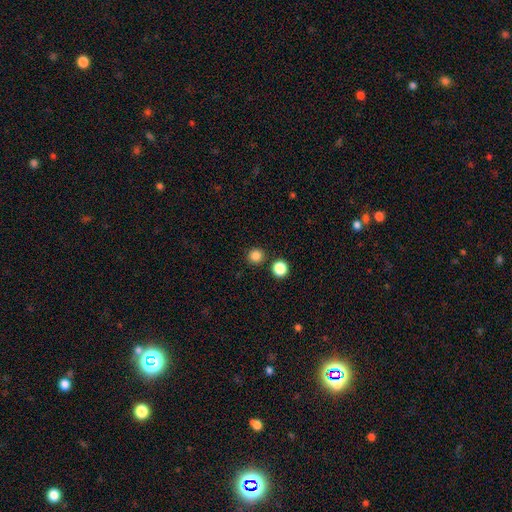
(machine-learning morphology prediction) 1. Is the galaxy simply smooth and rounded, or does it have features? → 84% smooth, 12% star or artifact, 3% featured or disk.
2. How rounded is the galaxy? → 94% round, 5% in between, 1% cigar-shaped.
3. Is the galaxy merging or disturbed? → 88% none, 5% merger, 5% minor disturbance, 2% major disturbance.